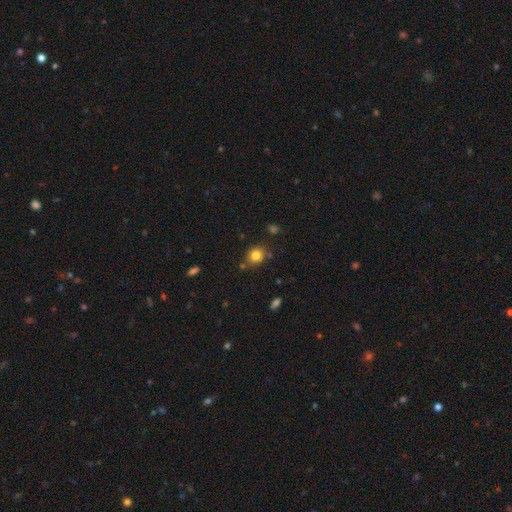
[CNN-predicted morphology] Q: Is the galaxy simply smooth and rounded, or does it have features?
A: smooth — 81%.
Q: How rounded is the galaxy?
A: round — 73%.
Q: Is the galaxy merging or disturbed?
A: none — 78%.